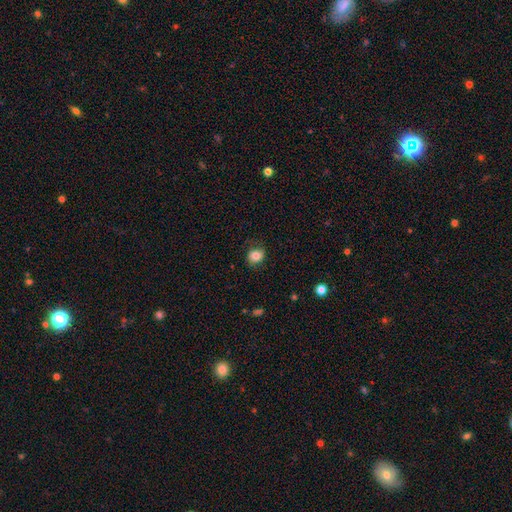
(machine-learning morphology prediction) Q: Smooth or featured?
A: smooth (81%); runner-up: star or artifact (10%)
Q: How rounded?
A: round (67%); runner-up: in between (33%)
Q: Merging?
A: none (76%); runner-up: minor disturbance (17%)